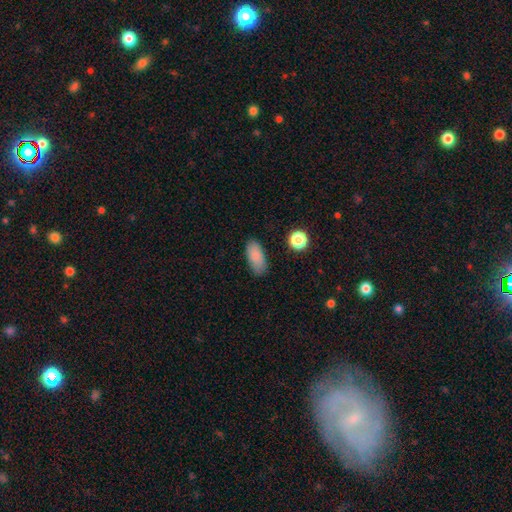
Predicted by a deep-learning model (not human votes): Smooth or featured?
  - smooth: 85% *
  - star or artifact: 8%
  - featured or disk: 6%
How rounded?
  - in between: 88% *
  - cigar-shaped: 8%
  - round: 4%
Merging?
  - none: 81% *
  - minor disturbance: 14%
  - major disturbance: 3%
  - merger: 2%